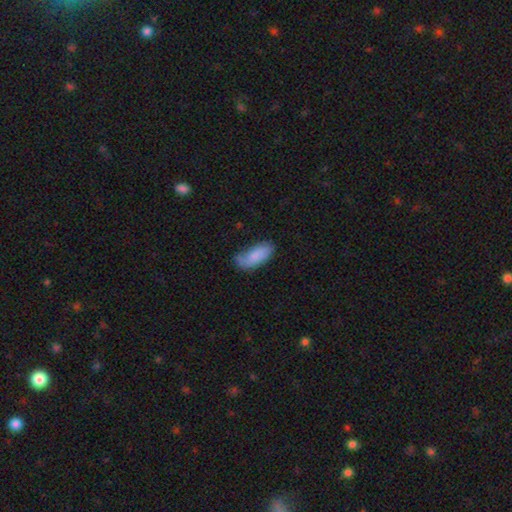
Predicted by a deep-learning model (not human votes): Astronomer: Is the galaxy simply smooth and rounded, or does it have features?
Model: smooth — 77%.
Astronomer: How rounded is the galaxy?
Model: in between — 87%.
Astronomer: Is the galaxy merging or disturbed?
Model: none — 55% (runner-up: minor disturbance, 32%).